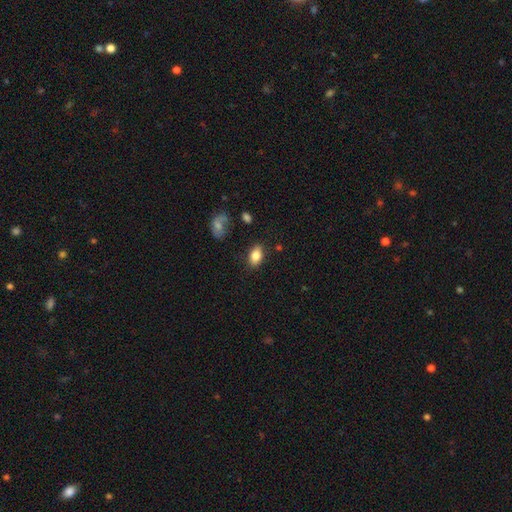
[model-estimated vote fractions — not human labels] This is clearly a smooth galaxy (82%). How rounded: clearly in between (88%). Merging: clearly none (82%).